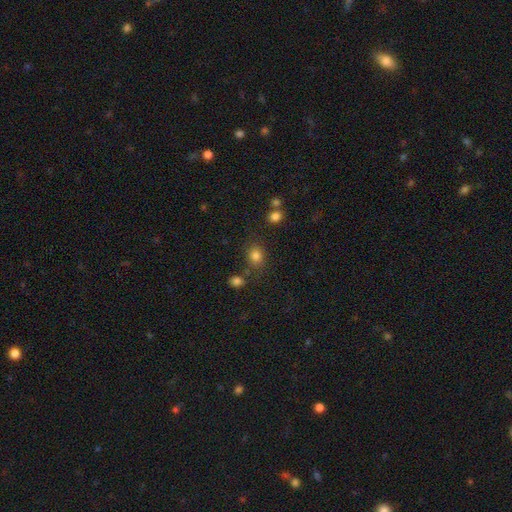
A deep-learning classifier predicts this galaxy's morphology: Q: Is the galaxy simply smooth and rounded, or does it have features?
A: smooth — 82%.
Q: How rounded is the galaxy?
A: round — 59%.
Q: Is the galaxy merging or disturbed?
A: none — 76%.